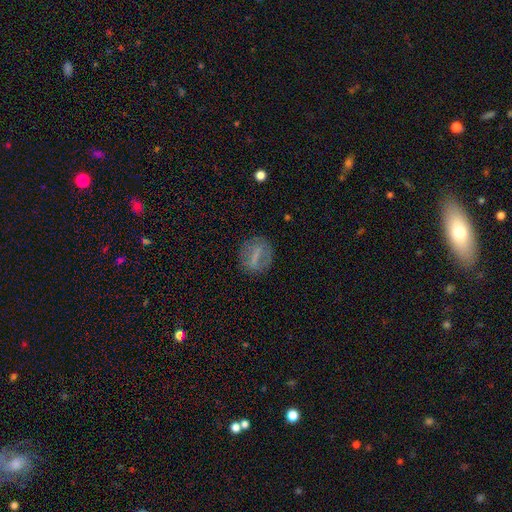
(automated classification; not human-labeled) The model was most divided on "smooth or featured": smooth: 48%, featured or disk: 41%, star or artifact: 11%. More confident: merging — none (79%).